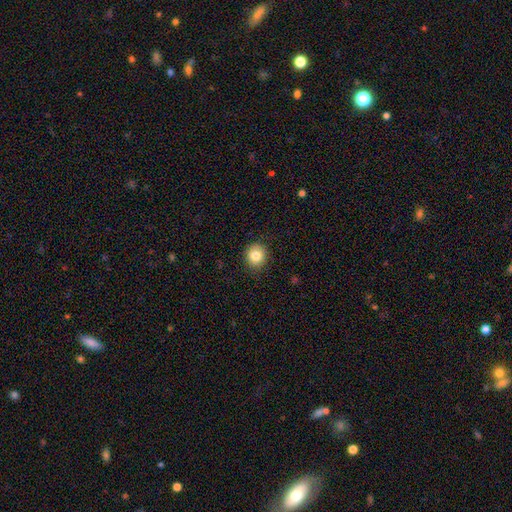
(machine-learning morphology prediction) smooth_or_featured: smooth (p=0.82) [alt: star or artifact p=0.10]
how_rounded: round (p=0.84) [alt: in between p=0.15]
merging: none (p=0.89) [alt: minor disturbance p=0.08]